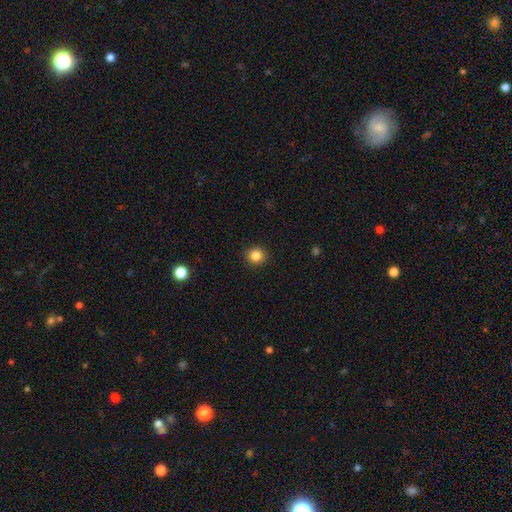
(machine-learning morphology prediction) type=smooth (84%); roundness=round (93%); merging=none (93%).